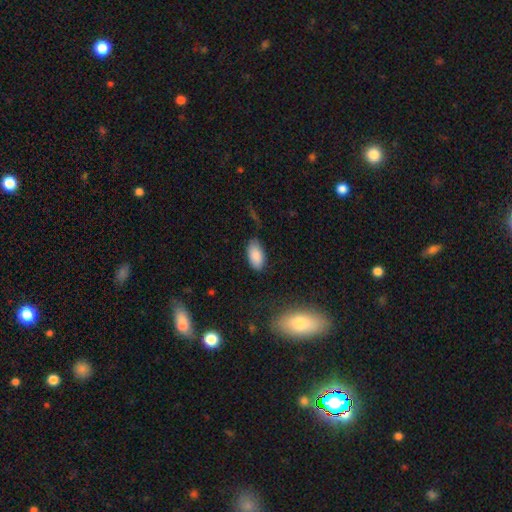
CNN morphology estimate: Smooth or featured?
  - smooth: 87% *
  - star or artifact: 7%
  - featured or disk: 6%
How rounded?
  - in between: 95% *
  - cigar-shaped: 3%
  - round: 3%
Merging?
  - none: 74% *
  - minor disturbance: 19%
  - major disturbance: 5%
  - merger: 2%